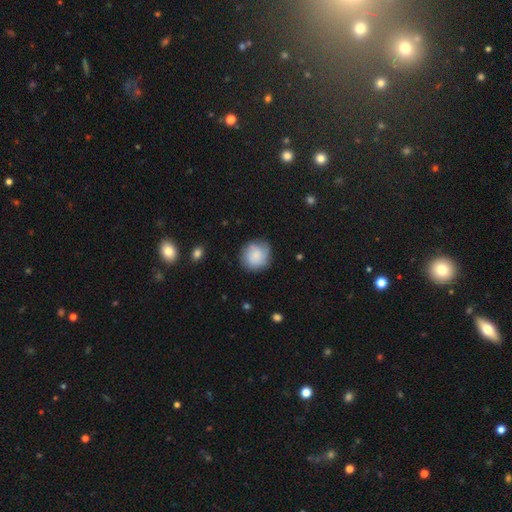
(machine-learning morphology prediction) smooth-or-featured: smooth: 77% | featured or disk: 15% | star or artifact: 7%
  how-rounded: round: 89% | in between: 10% | cigar-shaped: 1%
  merging: none: 79% | minor disturbance: 15% | major disturbance: 4% | merger: 1%